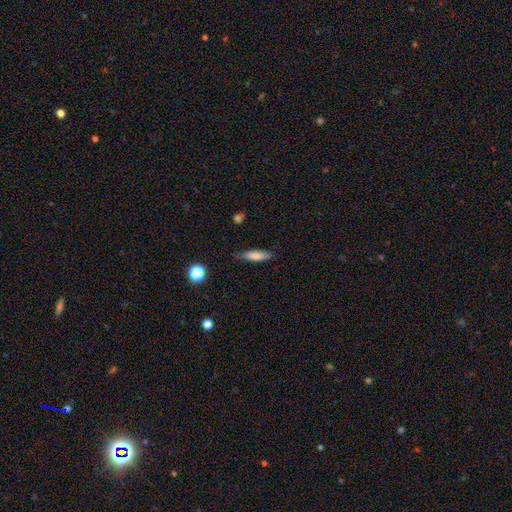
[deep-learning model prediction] smooth-or-featured: smooth: 80% | featured or disk: 12% | star or artifact: 7%
  how-rounded: cigar-shaped: 63% | in between: 35% | round: 2%
  merging: none: 76% | minor disturbance: 19% | major disturbance: 4% | merger: 2%